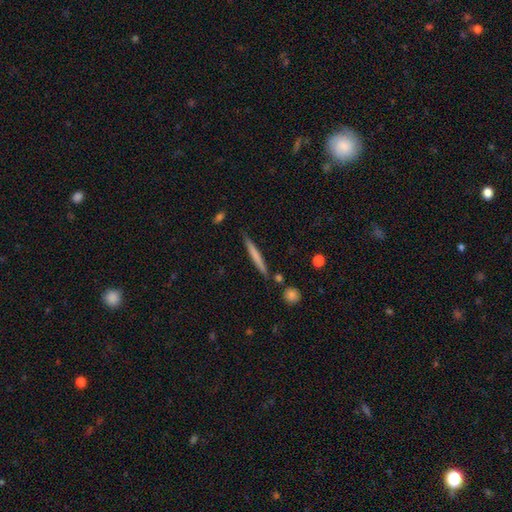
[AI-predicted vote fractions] Smooth or featured? Predicted: smooth (p=0.62). How rounded? Predicted: cigar-shaped (p=0.96). Merging? Predicted: none (p=0.86).